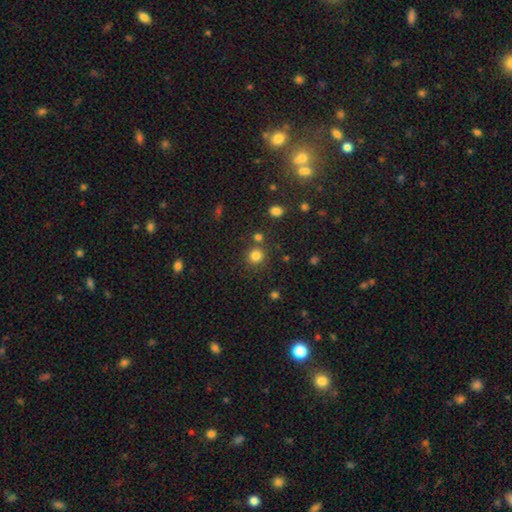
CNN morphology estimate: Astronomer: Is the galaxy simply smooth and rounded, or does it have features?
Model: smooth — 81%.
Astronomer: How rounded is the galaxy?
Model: round — 91%.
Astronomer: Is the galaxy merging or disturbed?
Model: none — 78%.